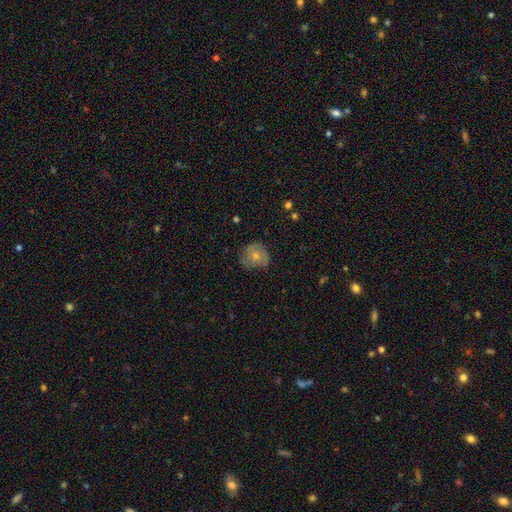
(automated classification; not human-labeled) Smooth or featured? Predicted: smooth (p=0.66). How rounded? Predicted: round (p=0.79). Merging? Predicted: none (p=0.63).